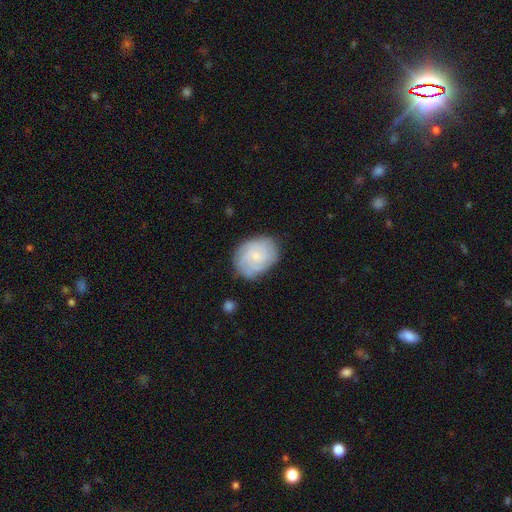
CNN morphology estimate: This is possibly a featured or disk galaxy (53%). It is clearly not viewed edge-on (97%). Bar: likely no (77%). Spiral arm pattern: clearly yes (87%). Central bulge: likely small (70%). Merging: likely none (73%).